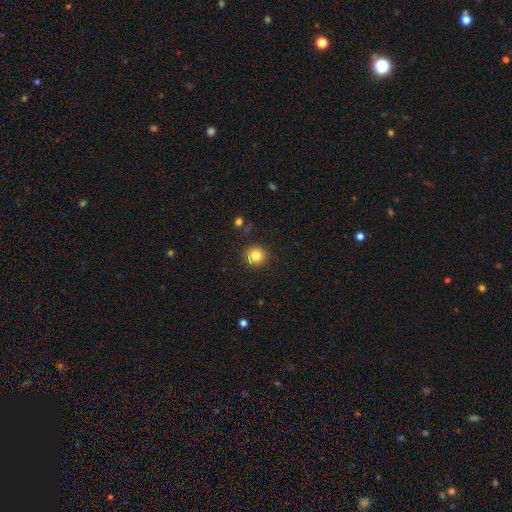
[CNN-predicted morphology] smooth_or_featured: smooth (p=0.82) [alt: star or artifact p=0.12]
how_rounded: round (p=0.93) [alt: in between p=0.06]
merging: none (p=0.89) [alt: minor disturbance p=0.07]